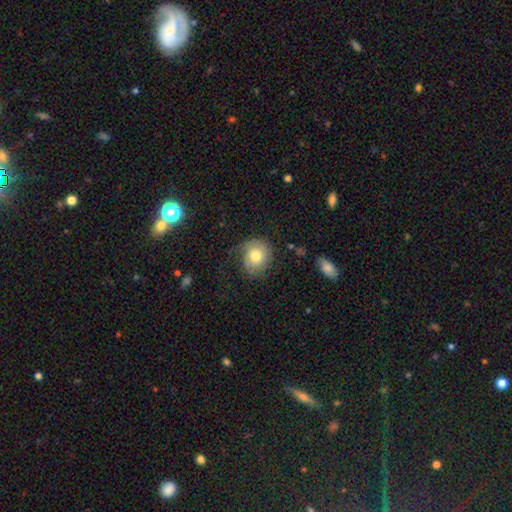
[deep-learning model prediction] A smooth galaxy with no disk features (60%) that is round (80%). Merging: none (57%).